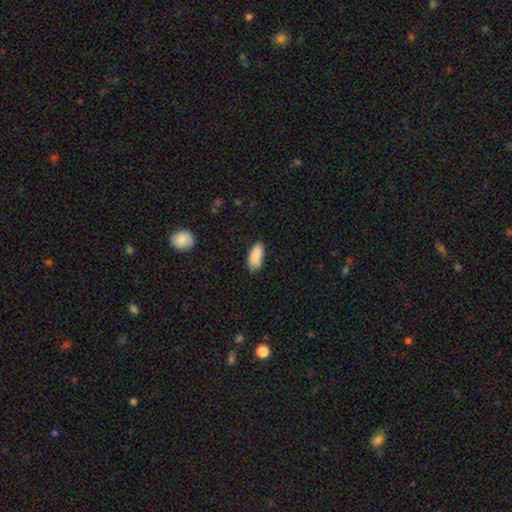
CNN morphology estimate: type=smooth (89%); roundness=in between (88%); merging=none (76%).